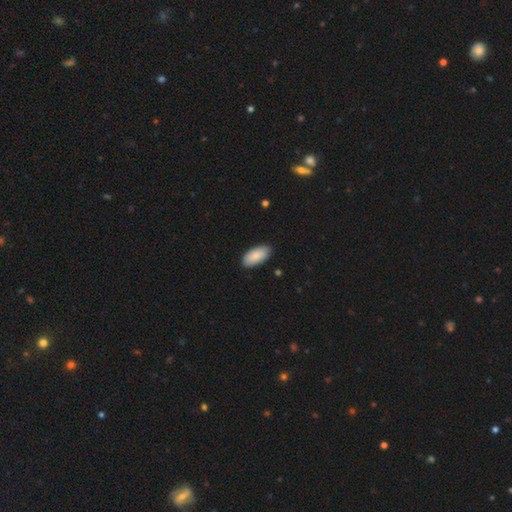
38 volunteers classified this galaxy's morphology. Smooth or featured? smooth (89%)
How rounded? in between (100%)
Merging? none (76%)